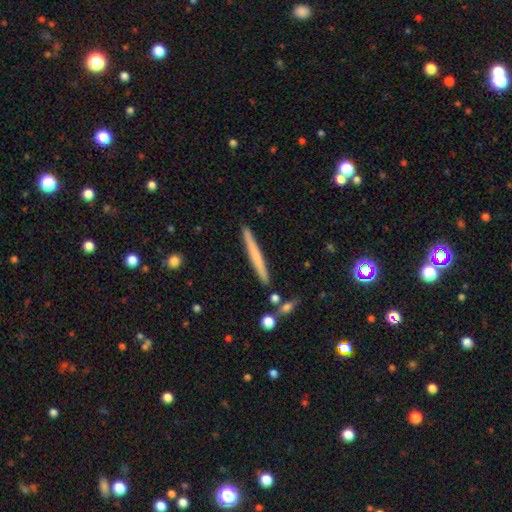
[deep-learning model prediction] The model was most divided on "smooth or featured": smooth: 55%, featured or disk: 39%, star or artifact: 6%. More confident: how rounded — cigar-shaped (97%); merging — none (90%).